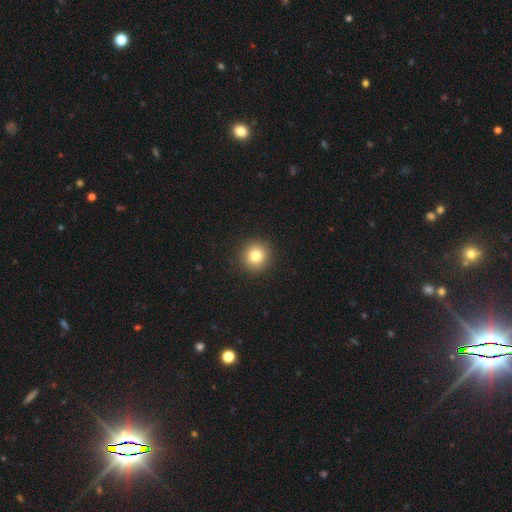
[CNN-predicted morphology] type=smooth (82%); roundness=round (93%); merging=none (92%).